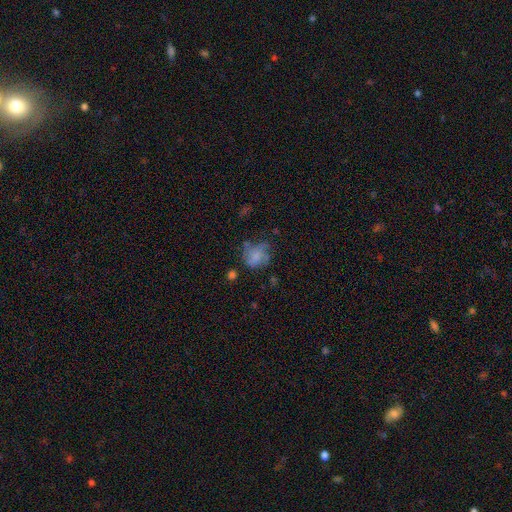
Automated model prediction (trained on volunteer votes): This appears to be a smooth galaxy with no disk features (52%) that is round (58%). Merging: none (46%).